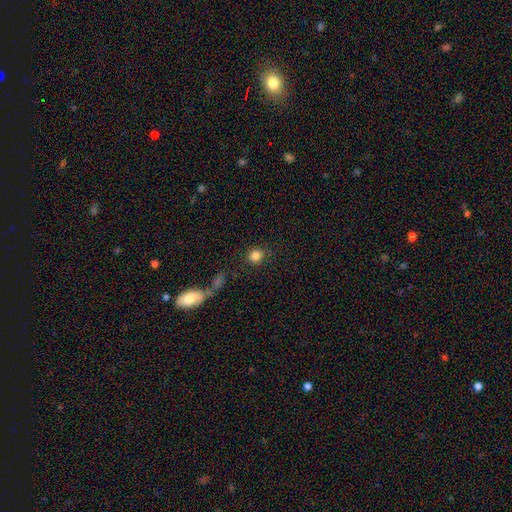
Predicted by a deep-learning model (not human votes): A smooth galaxy with no disk features (84%) that is round (87%). Merging: none (85%).